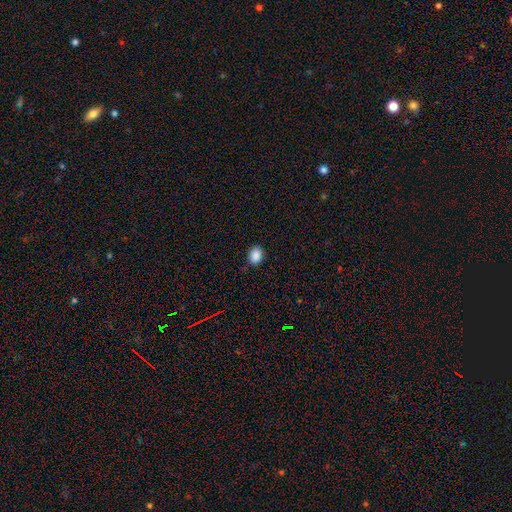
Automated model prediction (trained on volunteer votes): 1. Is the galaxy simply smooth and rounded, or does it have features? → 88% smooth, 9% star or artifact, 3% featured or disk.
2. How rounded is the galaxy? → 63% in between, 36% round, 1% cigar-shaped.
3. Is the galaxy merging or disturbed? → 87% none, 9% minor disturbance, 2% major disturbance, 1% merger.